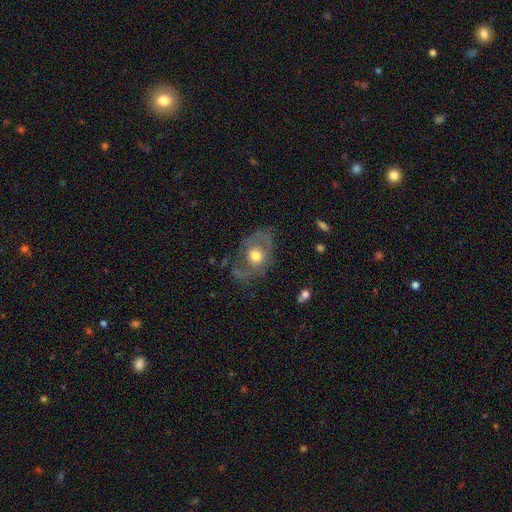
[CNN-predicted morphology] smooth-or-featured: featured or disk: 48% | smooth: 44% | star or artifact: 8%
  merging: none: 49% | minor disturbance: 24% | major disturbance: 24% | merger: 3%